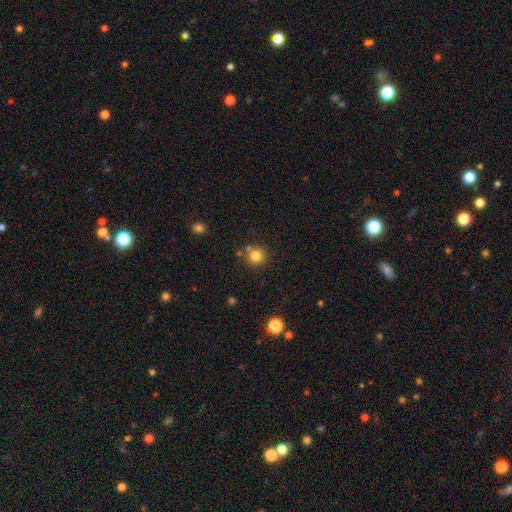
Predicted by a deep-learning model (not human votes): smooth 81%, star or artifact 13%, featured or disk 6%. Down the decision tree: how rounded — round (93%); merging — none (76%).